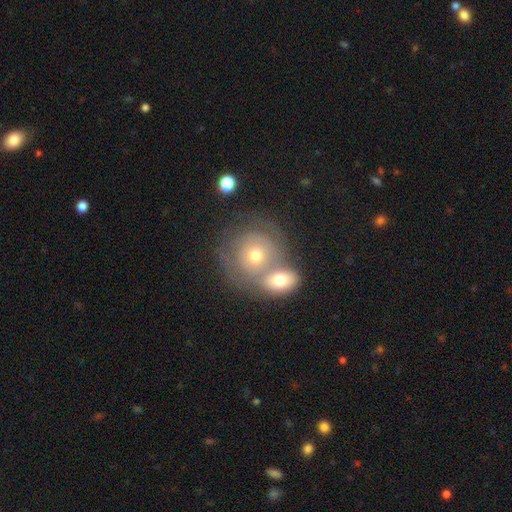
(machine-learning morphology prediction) smooth-or-featured: featured or disk: 56% | smooth: 32% | star or artifact: 12%
  disk-edge-on: no: 95% | yes: 5%
    bar: no: 80% | weak: 16% | strong: 5%
    has-spiral-arms: yes: 68% | no: 32%
    bulge-size: moderate: 53% | small: 40% | large: 3% | none: 2% | dominant: 1%
  merging: merger: 52% | none: 37% | minor disturbance: 7% | major disturbance: 4%